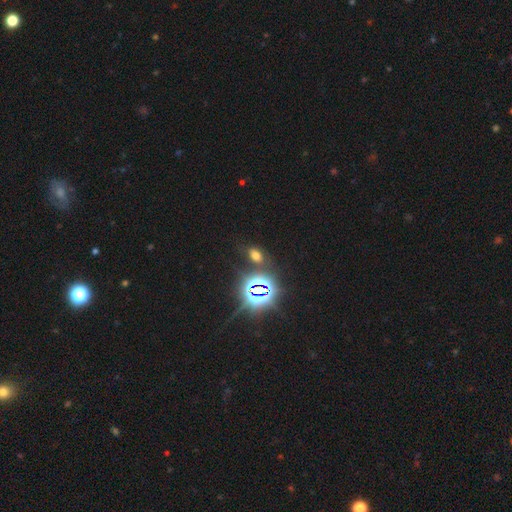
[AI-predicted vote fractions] A smooth galaxy with no disk features (48%).

Vote fractions:
- Smooth or featured? smooth: 48% / star or artifact: 43% / featured or disk: 9%
- Merging? none: 78% / minor disturbance: 11% / merger: 6% / major disturbance: 5%